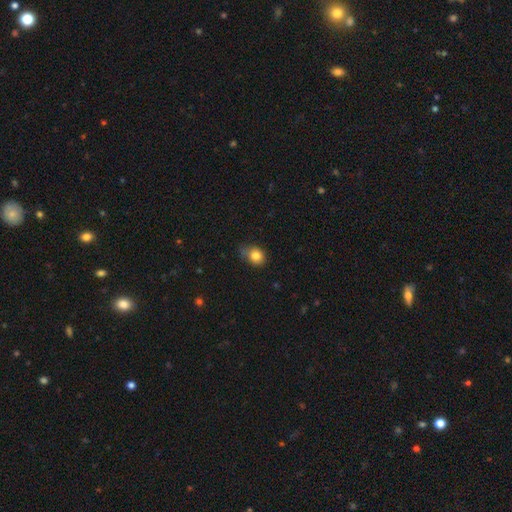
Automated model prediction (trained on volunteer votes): Q: Smooth or featured?
A: smooth (82%); runner-up: star or artifact (10%)
Q: How rounded?
A: round (56%); runner-up: in between (43%)
Q: Merging?
A: none (54%); runner-up: minor disturbance (36%)